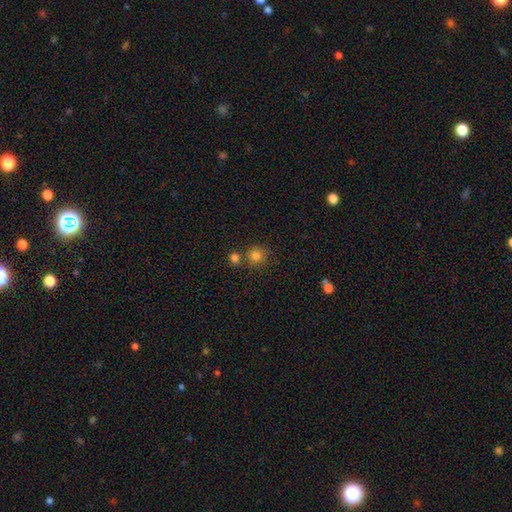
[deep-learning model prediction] Smooth or featured: smooth — 80% (star or artifact — 13%)
How rounded: round — 90% (in between — 9%)
Merging: none — 67% (merger — 20%)